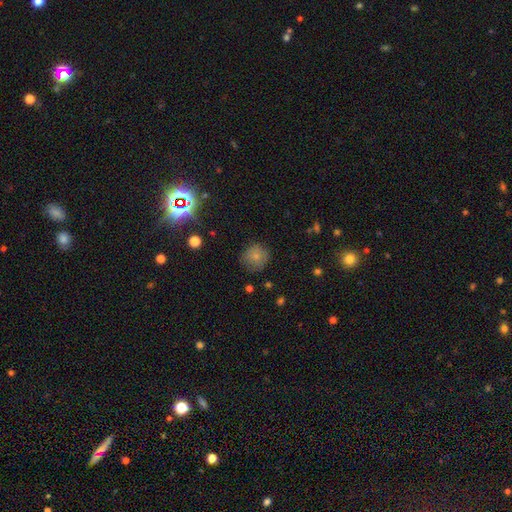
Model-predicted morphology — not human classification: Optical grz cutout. It shows a smooth galaxy with no disk features (78%) that is round (91%). Merging: none (78%).